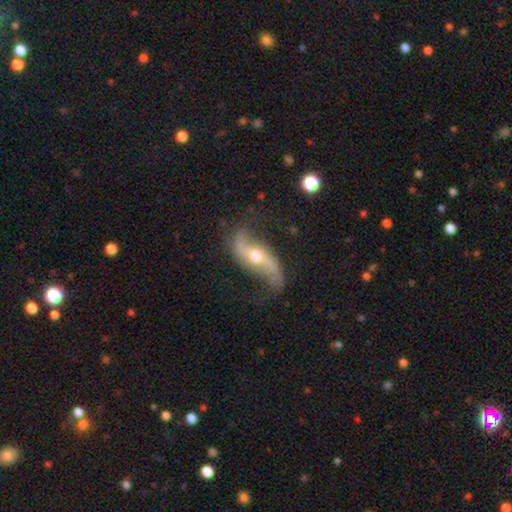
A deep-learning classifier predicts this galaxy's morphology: Smooth or featured? Predicted: featured or disk (p=0.88). Edge-on disk? Predicted: no (p=0.90). Bar? Predicted: no (p=0.42). Spiral arms? Predicted: yes (p=0.95). Spiral winding? Predicted: loose (p=0.86). Spiral arm count? Predicted: 2 (p=0.93). Bulge size? Predicted: moderate (p=0.67). Merging? Predicted: none (p=0.73).